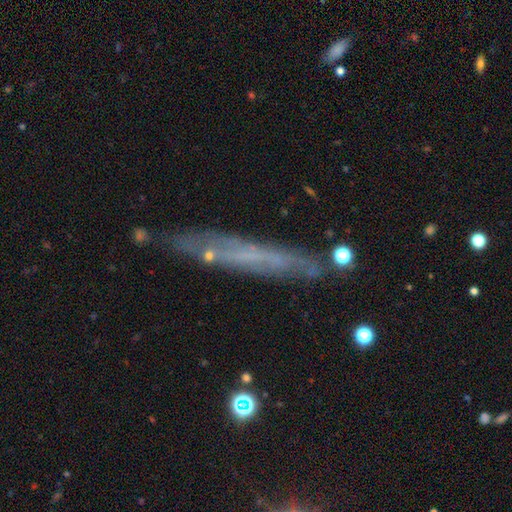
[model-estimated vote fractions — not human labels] Smooth or featured? featured or disk (54%)
Edge-on disk? yes (74%)
Merging? none (75%)